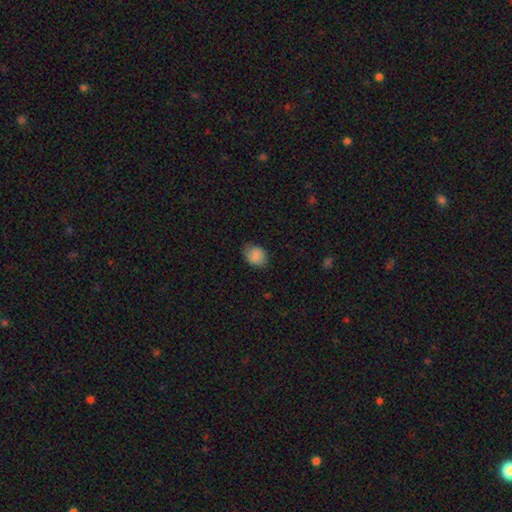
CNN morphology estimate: Smooth or featured? Predicted: smooth (p=0.87). How rounded? Predicted: in between (p=0.59). Merging? Predicted: none (p=0.75).